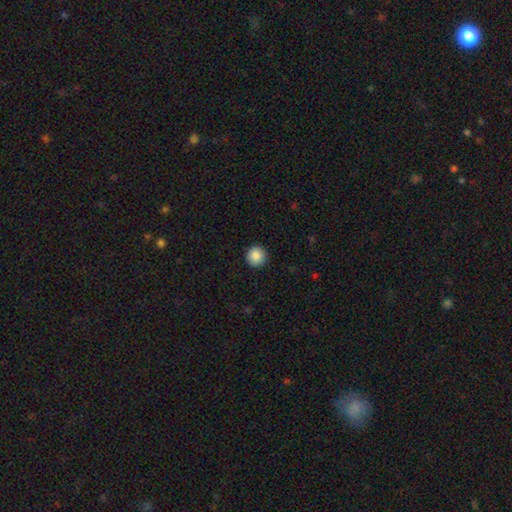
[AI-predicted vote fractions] Smooth or featured? Predicted: smooth (p=0.88). How rounded? Predicted: round (p=0.94). Merging? Predicted: none (p=0.92).